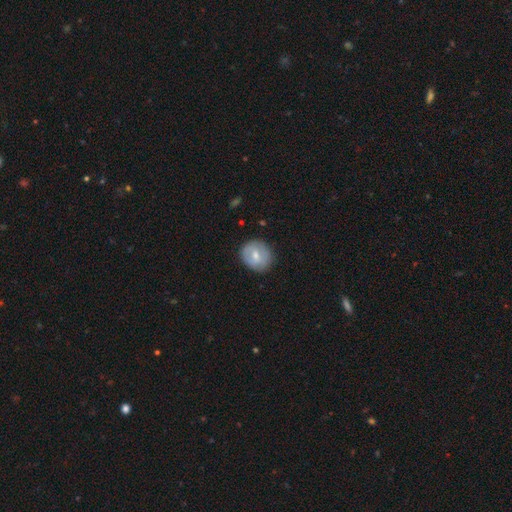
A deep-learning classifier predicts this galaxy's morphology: The model was most divided on "smooth or featured": smooth: 56%, featured or disk: 37%, star or artifact: 7%. More confident: merging — none (79%); how rounded — round (74%).